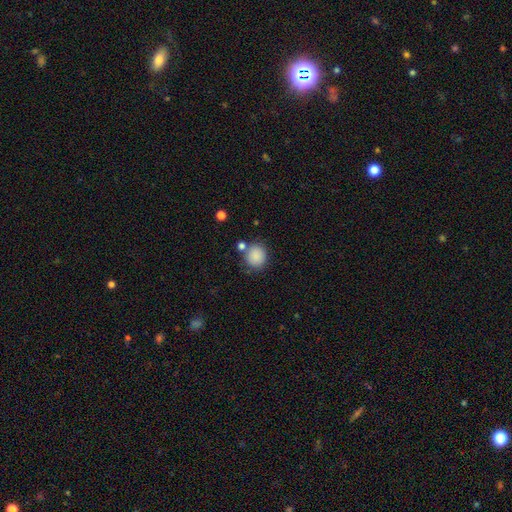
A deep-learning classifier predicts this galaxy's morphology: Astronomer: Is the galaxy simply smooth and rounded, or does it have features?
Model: smooth — 87%.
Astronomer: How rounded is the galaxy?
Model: round — 83%.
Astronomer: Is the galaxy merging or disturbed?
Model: none — 74%.